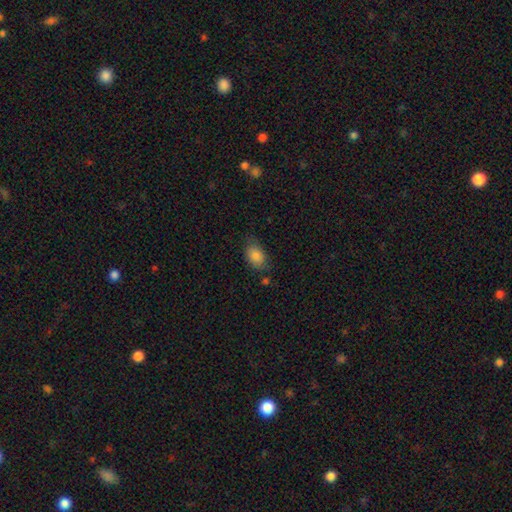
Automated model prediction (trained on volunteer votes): The model was most divided on "merging": none: 67%, minor disturbance: 24%, major disturbance: 6%, merger: 3%. More confident: how rounded — in between (85%); smooth or featured — smooth (85%).